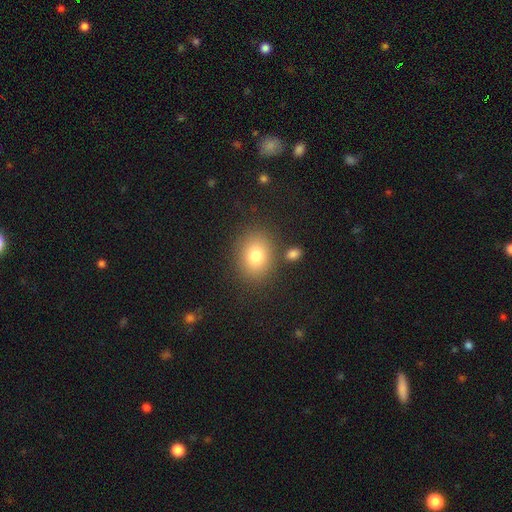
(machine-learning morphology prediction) Smooth or featured? Predicted: smooth (p=0.79). How rounded? Predicted: round (p=0.51). Merging? Predicted: none (p=0.80).